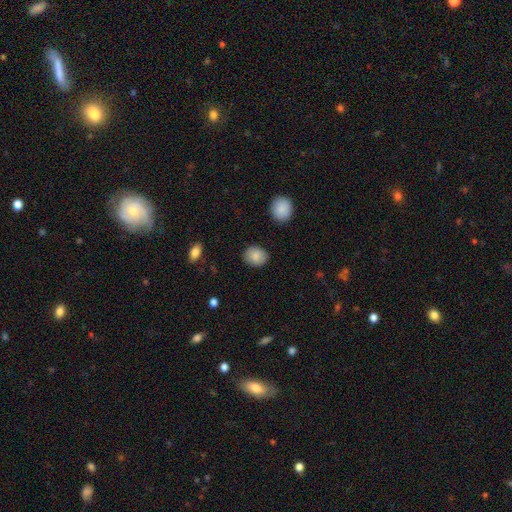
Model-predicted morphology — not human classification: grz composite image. It shows a smooth galaxy with no disk features (86%) that is round (58%). Merging: none (88%).